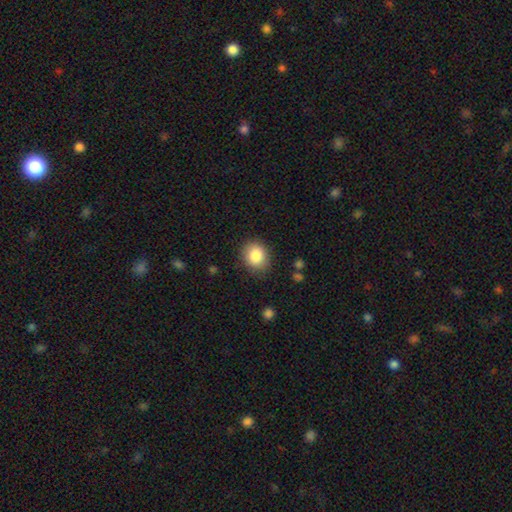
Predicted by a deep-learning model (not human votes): Smooth or featured?
  - smooth: 85% *
  - star or artifact: 8%
  - featured or disk: 6%
How rounded?
  - round: 60% *
  - in between: 39%
  - cigar-shaped: 1%
Merging?
  - none: 83% *
  - minor disturbance: 12%
  - major disturbance: 3%
  - merger: 1%